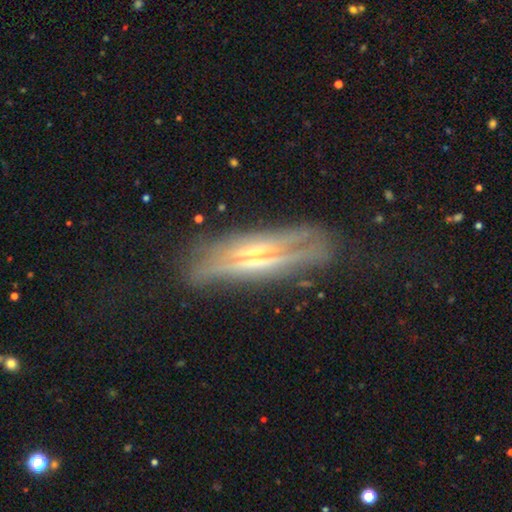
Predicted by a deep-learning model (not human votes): featured or disk 77%, smooth 15%, star or artifact 7%. Down the decision tree: edge-on disk — yes (88%); edge-on bulge — rounded (67%); merging — none (76%).